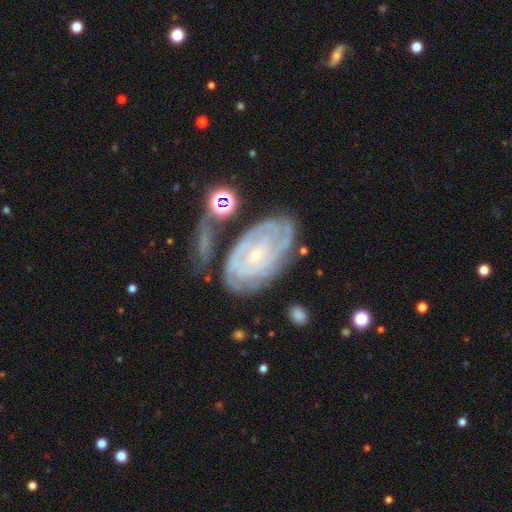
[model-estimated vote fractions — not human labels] A featured or disk galaxy (85%) with no bar (66%), tight (79%) spiral arms (94%) and a small central bulge (83%). Merging: none (58%).